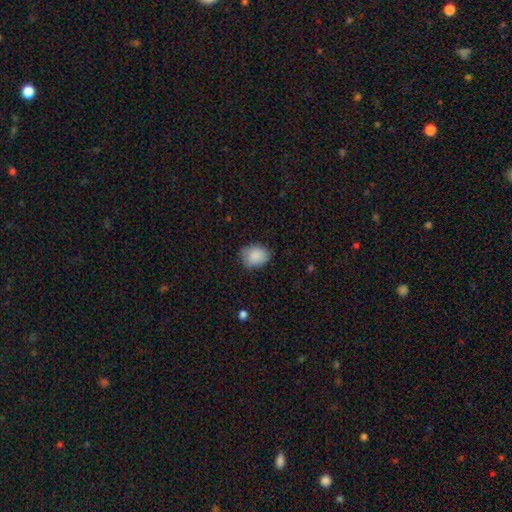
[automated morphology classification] smooth_or_featured: smooth (p=0.87) [alt: star or artifact p=0.07]
how_rounded: in between (p=0.59) [alt: round p=0.40]
merging: none (p=0.71) [alt: minor disturbance p=0.23]